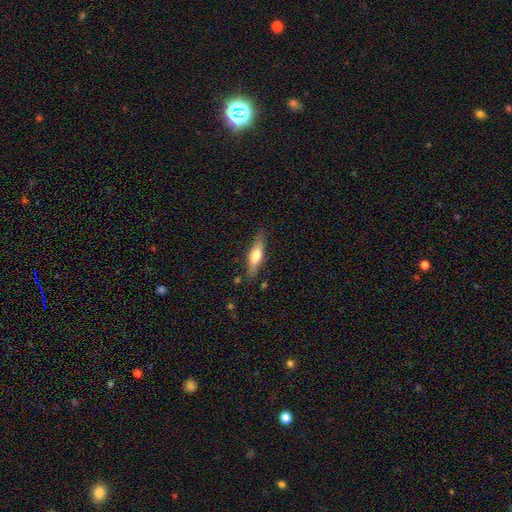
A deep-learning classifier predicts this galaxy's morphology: Smooth or featured? smooth (58%)
How rounded? cigar-shaped (64%)
Merging? none (82%)